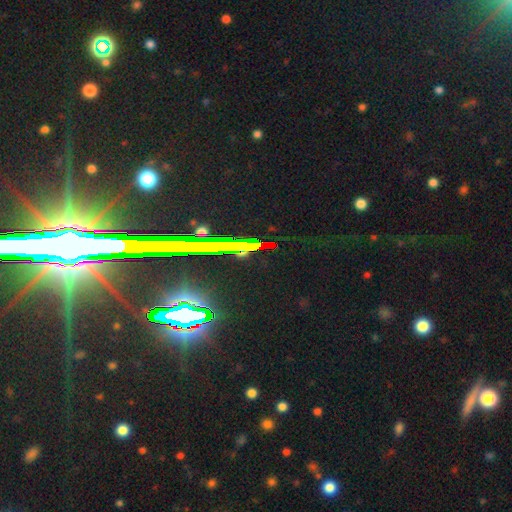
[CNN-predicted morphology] smooth_or_featured: star or artifact (p=0.79) [alt: featured or disk p=0.12]